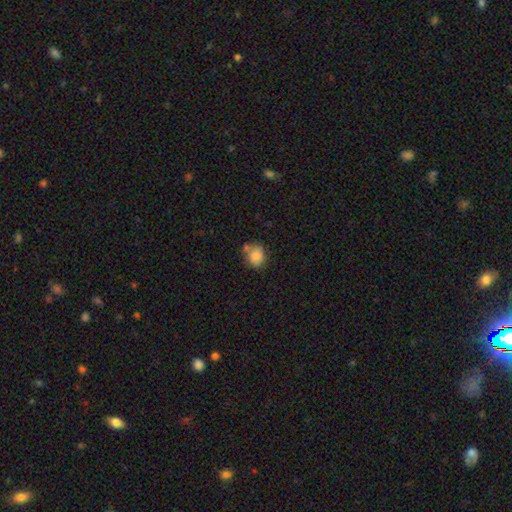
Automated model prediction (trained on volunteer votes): smooth 82%, featured or disk 9%, star or artifact 9%. Down the decision tree: how rounded — round (67%); merging — none (53%).